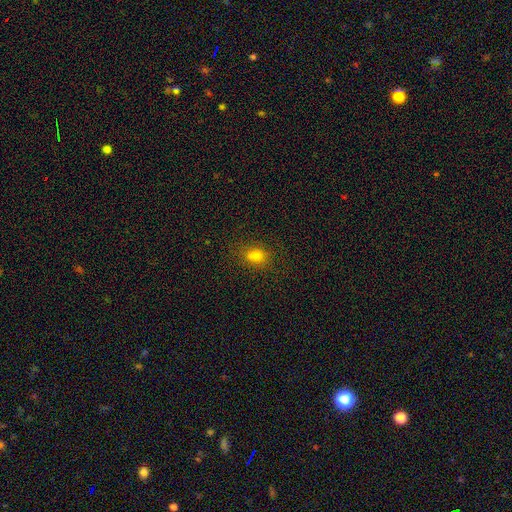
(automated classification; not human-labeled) smooth-or-featured: smooth: 71% | star or artifact: 20% | featured or disk: 9%
  how-rounded: in between: 61% | round: 35% | cigar-shaped: 3%
  merging: none: 65% | minor disturbance: 15% | merger: 13% | major disturbance: 6%